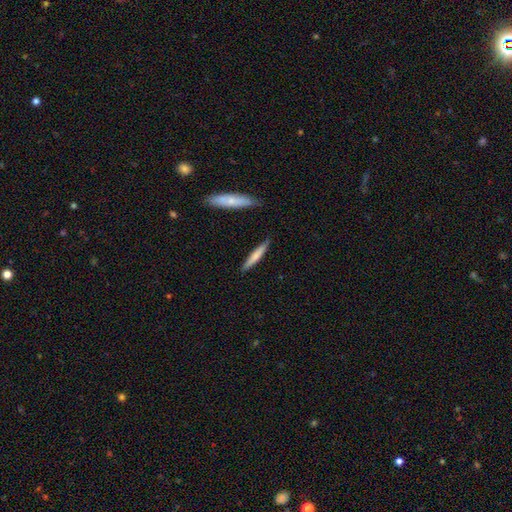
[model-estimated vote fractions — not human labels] A smooth galaxy with no disk features (67%) that is cigar-shaped (92%).

Vote fractions:
- Smooth or featured? smooth: 67% / featured or disk: 27% / star or artifact: 5%
- How rounded? cigar-shaped: 92% / in between: 6% / round: 1%
- Merging? none: 87% / minor disturbance: 9% / merger: 2% / major disturbance: 2%